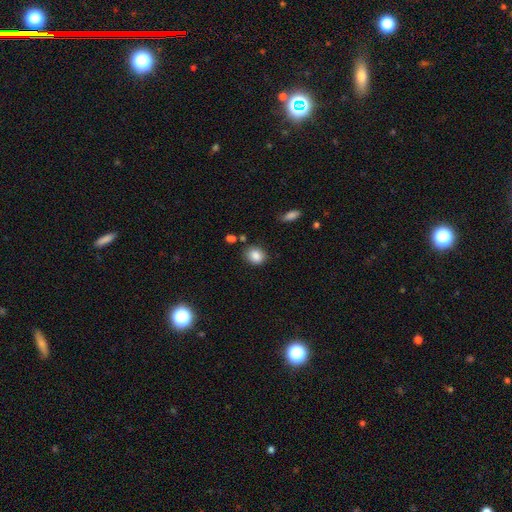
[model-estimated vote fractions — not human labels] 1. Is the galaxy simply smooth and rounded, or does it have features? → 86% smooth, 9% star or artifact, 5% featured or disk.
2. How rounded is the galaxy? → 59% round, 40% in between, 1% cigar-shaped.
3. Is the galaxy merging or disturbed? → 80% none, 13% minor disturbance, 4% merger, 3% major disturbance.